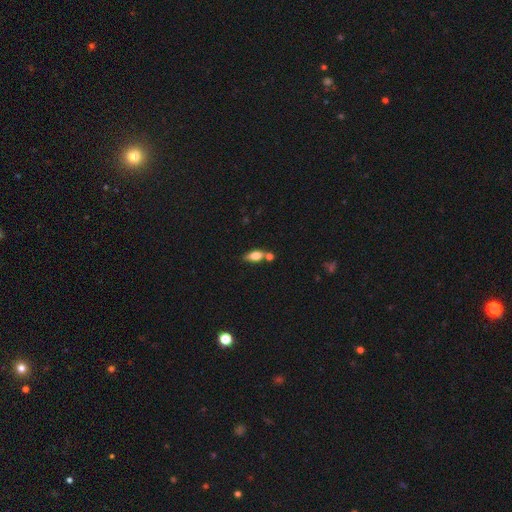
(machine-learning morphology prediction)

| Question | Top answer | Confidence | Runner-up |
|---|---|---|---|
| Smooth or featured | smooth | 71% | featured or disk (20%) |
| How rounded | in between | 79% | cigar-shaped (14%) |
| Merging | none | 56% | merger (24%) |